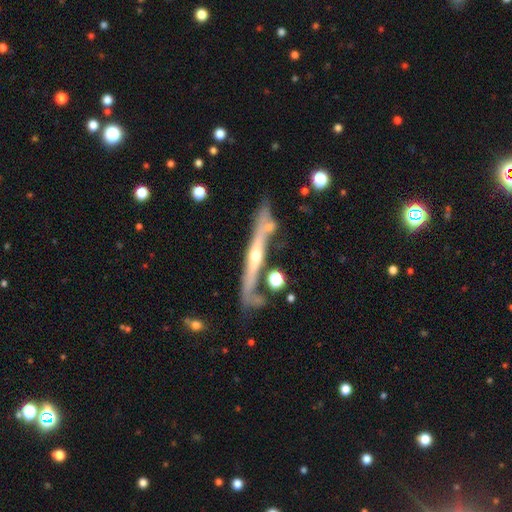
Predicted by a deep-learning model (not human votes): Smooth or featured? Predicted: featured or disk (p=0.77). Edge-on disk? Predicted: yes (p=0.92). Edge-on bulge? Predicted: rounded (p=0.80). Merging? Predicted: none (p=0.62).